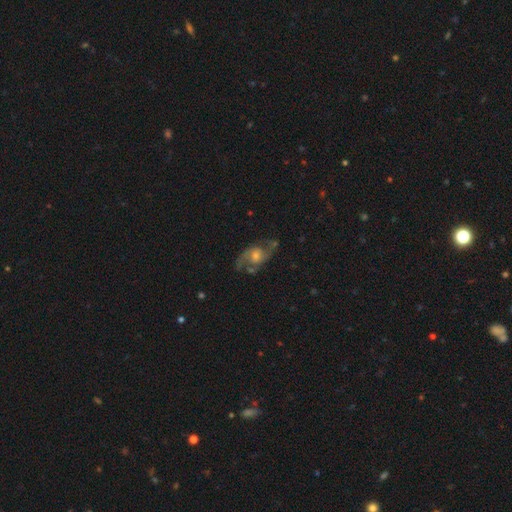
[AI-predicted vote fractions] Overall: featured or disk (77%). Edge-on disk: no (95%). Bar: no (64%; weak 30%). Spiral arms: yes (88%). Spiral arm count: 2 (88%). Spiral winding: medium (46%; loose 42%). Bulge size: moderate (51%; small 31%). Merging: none (64%).